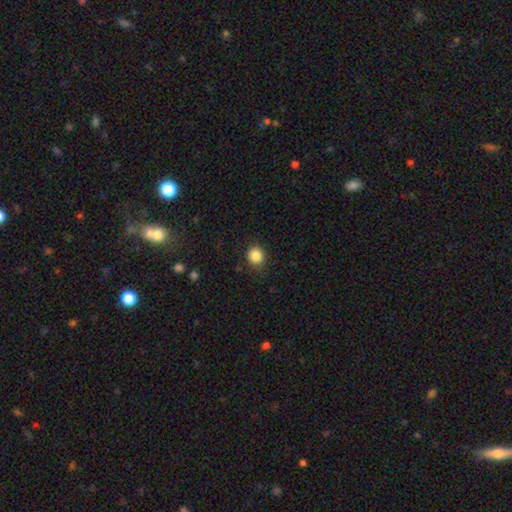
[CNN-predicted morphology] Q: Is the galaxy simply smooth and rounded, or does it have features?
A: smooth — 86%.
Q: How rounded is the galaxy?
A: round — 84%.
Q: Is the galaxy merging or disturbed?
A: none — 87%.